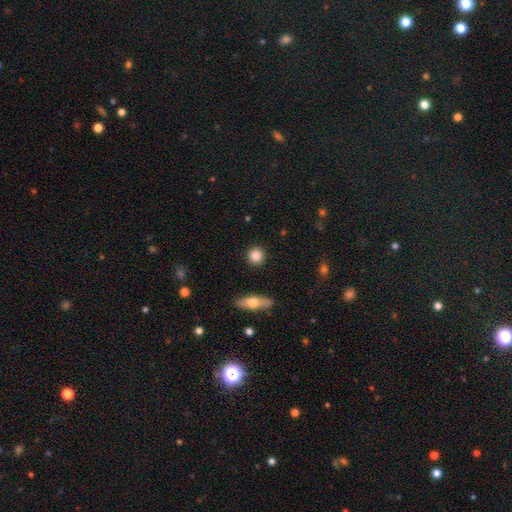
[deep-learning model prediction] This appears to be a smooth galaxy with no disk features (86%) that is round (90%). Merging: none (91%).